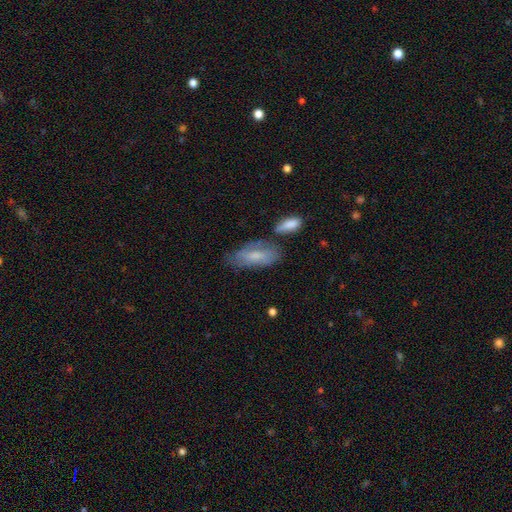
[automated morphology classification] smooth_or_featured: smooth (p=0.55) [alt: featured or disk p=0.37]
how_rounded: in between (p=0.78) [alt: cigar-shaped p=0.20]
merging: none (p=0.56) [alt: minor disturbance p=0.24]